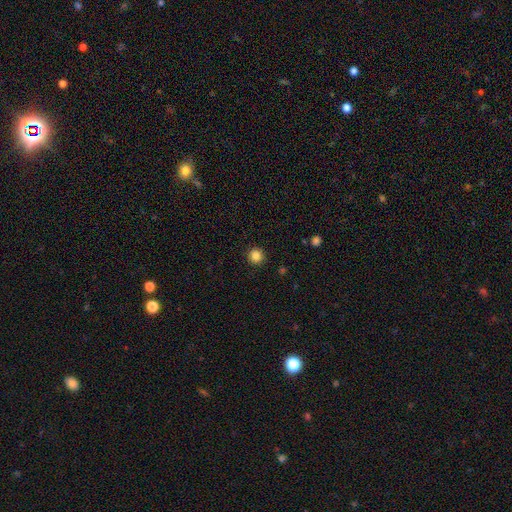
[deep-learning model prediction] Q: Smooth or featured?
A: smooth (85%); runner-up: star or artifact (11%)
Q: How rounded?
A: round (95%); runner-up: in between (4%)
Q: Merging?
A: none (93%); runner-up: minor disturbance (5%)